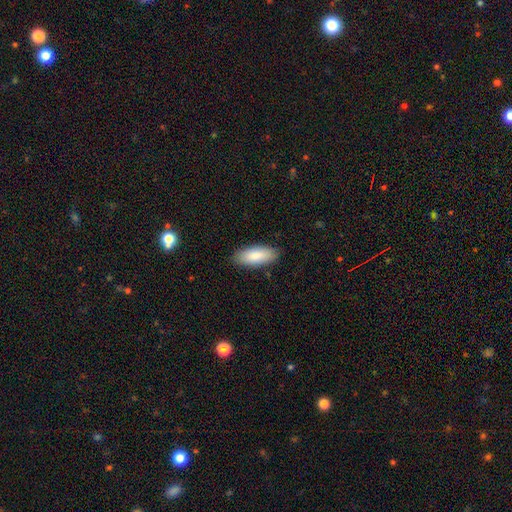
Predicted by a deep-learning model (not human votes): smooth-or-featured: smooth: 84% | featured or disk: 11% | star or artifact: 6%
  how-rounded: in between: 80% | cigar-shaped: 18% | round: 2%
  merging: none: 88% | minor disturbance: 9% | major disturbance: 2% | merger: 1%